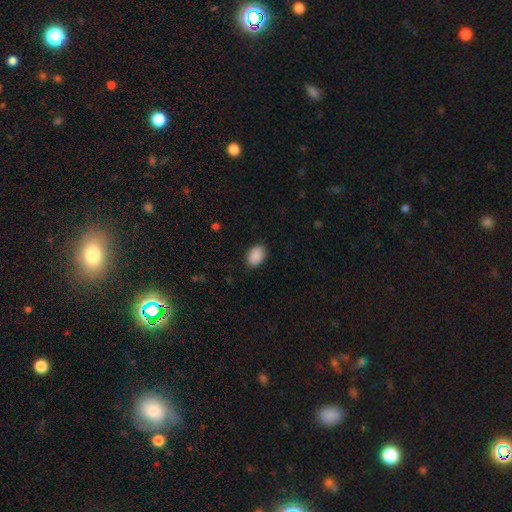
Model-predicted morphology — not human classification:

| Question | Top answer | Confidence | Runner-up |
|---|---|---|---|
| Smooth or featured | smooth | 91% | star or artifact (7%) |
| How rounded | in between | 84% | round (15%) |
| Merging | none | 89% | minor disturbance (8%) |